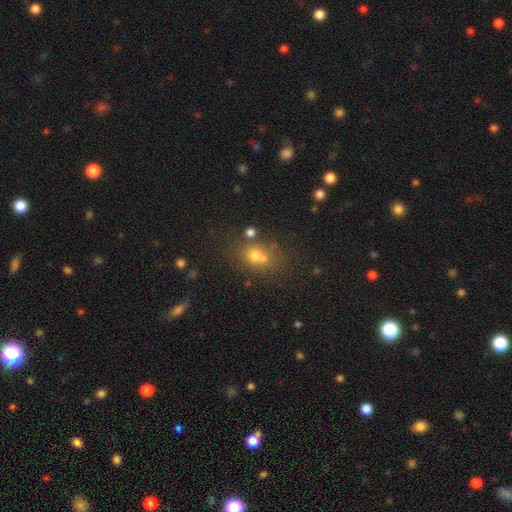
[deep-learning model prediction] Morphology: type=smooth (64%); roundness=round (61%); merging=none (49%).